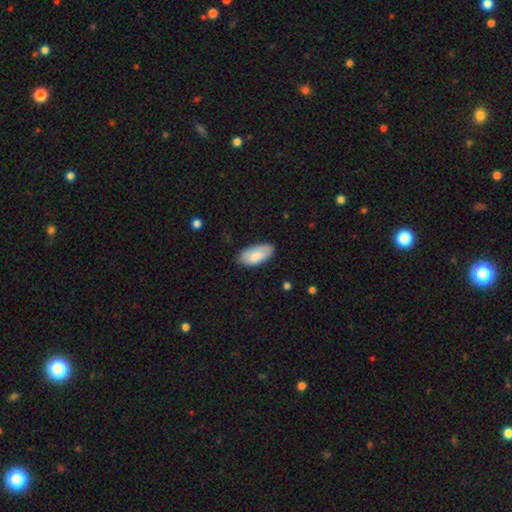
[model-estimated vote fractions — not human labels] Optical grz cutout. It shows a smooth galaxy with no disk features (84%) that is in between round and cigar-shaped (94%). Merging: none (80%).